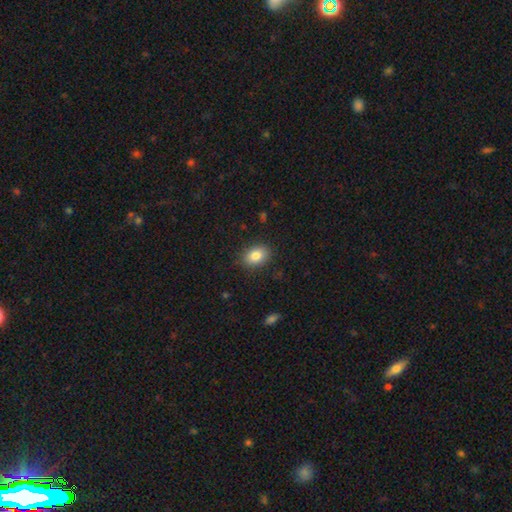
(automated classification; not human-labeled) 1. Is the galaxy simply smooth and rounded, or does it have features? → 84% smooth, 9% star or artifact, 7% featured or disk.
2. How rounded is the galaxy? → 74% in between, 25% round, 1% cigar-shaped.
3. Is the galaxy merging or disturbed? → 87% none, 10% minor disturbance, 2% major disturbance, 1% merger.